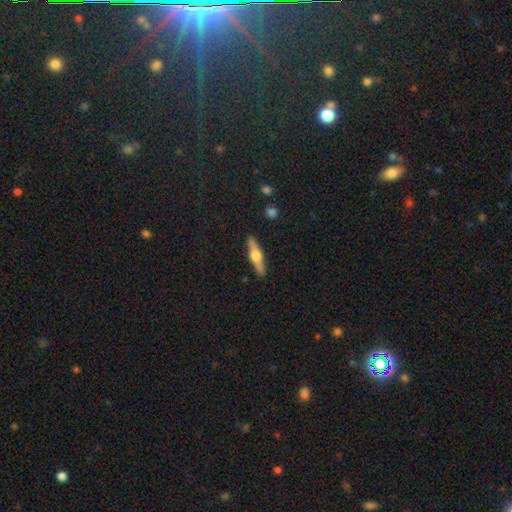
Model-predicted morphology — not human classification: Smooth or featured?
  - featured or disk: 62% *
  - smooth: 32%
  - star or artifact: 6%
Edge-on disk?
  - yes: 96% *
  - no: 4%
Edge-on bulge?
  - rounded: 94% *
  - boxy: 4%
  - none: 2%
Merging?
  - none: 89% *
  - minor disturbance: 8%
  - major disturbance: 2%
  - merger: 1%